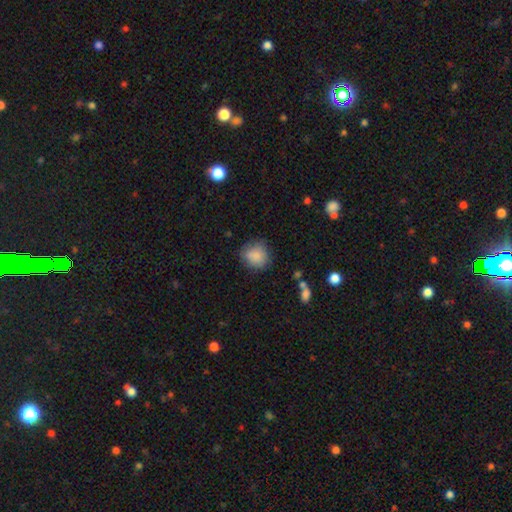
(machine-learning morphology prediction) This is clearly a smooth galaxy (86%). How rounded: likely round (80%). Merging: likely none (74%).